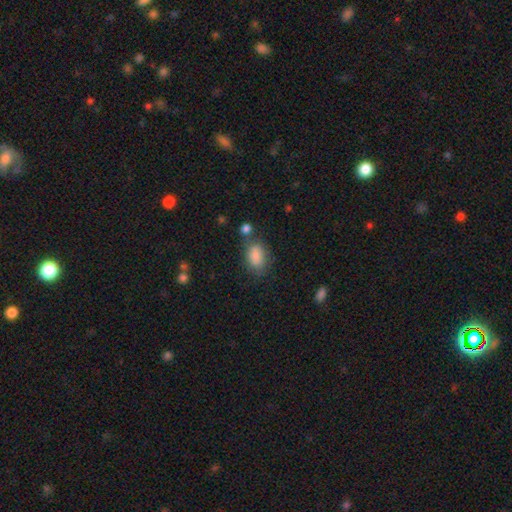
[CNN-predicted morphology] A smooth galaxy with no disk features (85%) that is in between round and cigar-shaped (85%). Merging: none (61%).